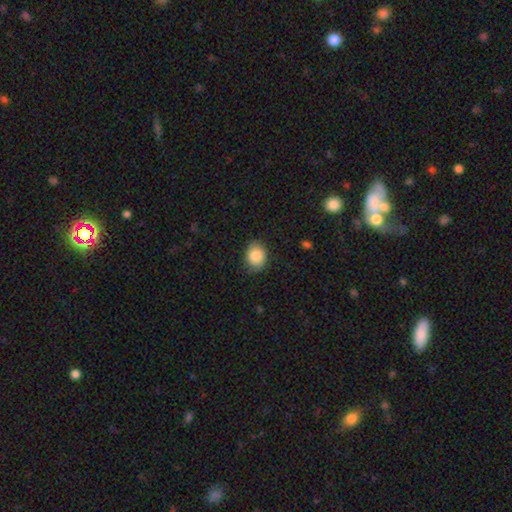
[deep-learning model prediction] A smooth galaxy with no disk features (85%) that is in between round and cigar-shaped (53%).

Vote fractions:
- Smooth or featured? smooth: 85% / star or artifact: 8% / featured or disk: 8%
- How rounded? in between: 53% / round: 46% / cigar-shaped: 1%
- Merging? none: 78% / minor disturbance: 17% / major disturbance: 3% / merger: 1%